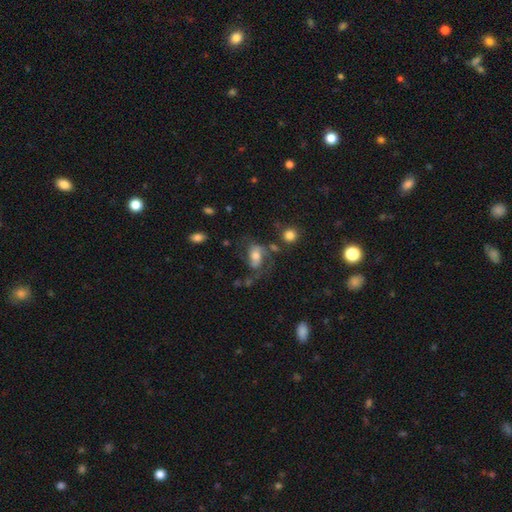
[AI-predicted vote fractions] Q: Smooth or featured?
A: featured or disk (54%); runner-up: smooth (37%)
Q: Edge-on disk?
A: no (96%); runner-up: yes (4%)
Q: Bar?
A: no (61%); runner-up: weak (28%)
Q: Spiral arms?
A: yes (79%); runner-up: no (21%)
Q: Bulge size?
A: moderate (62%); runner-up: small (18%)
Q: Merging?
A: none (37%); runner-up: major disturbance (33%)